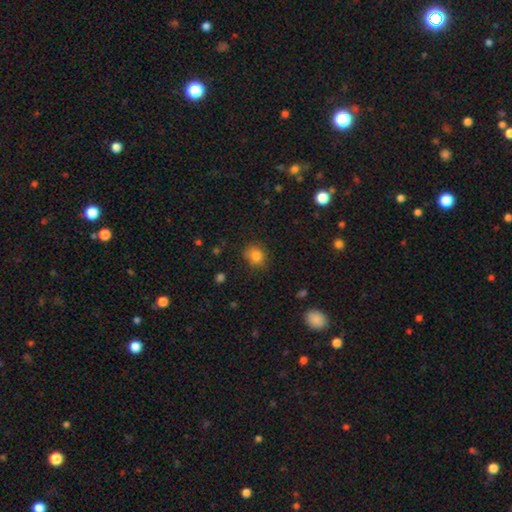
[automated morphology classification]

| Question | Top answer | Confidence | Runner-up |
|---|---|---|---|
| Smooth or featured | smooth | 84% | star or artifact (11%) |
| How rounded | round | 67% | in between (32%) |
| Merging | none | 80% | minor disturbance (15%) |